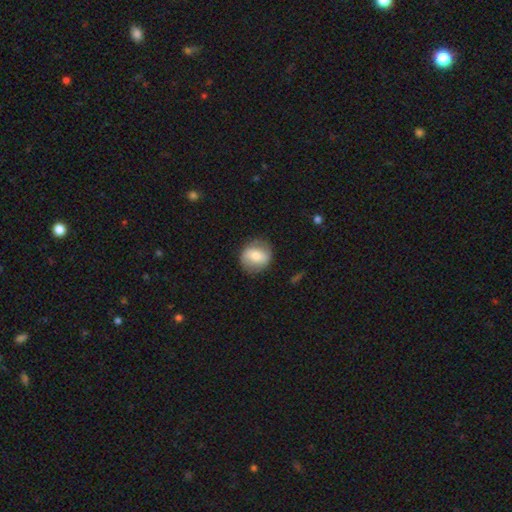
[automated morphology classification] type=smooth (64%); roundness=round (77%); merging=none (82%).